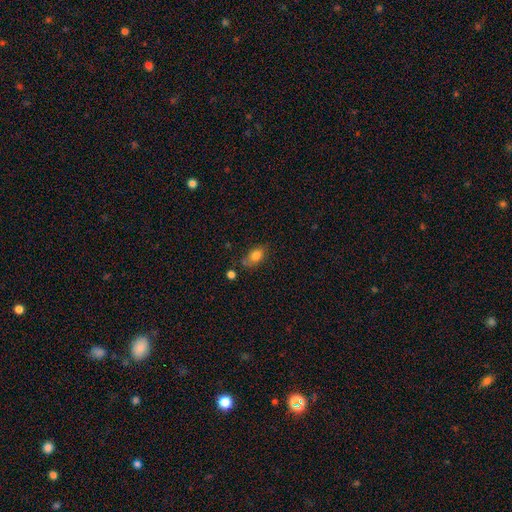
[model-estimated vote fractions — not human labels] smooth_or_featured: smooth (p=0.81) [alt: featured or disk p=0.10]
how_rounded: in between (p=0.85) [alt: round p=0.12]
merging: none (p=0.65) [alt: minor disturbance p=0.23]